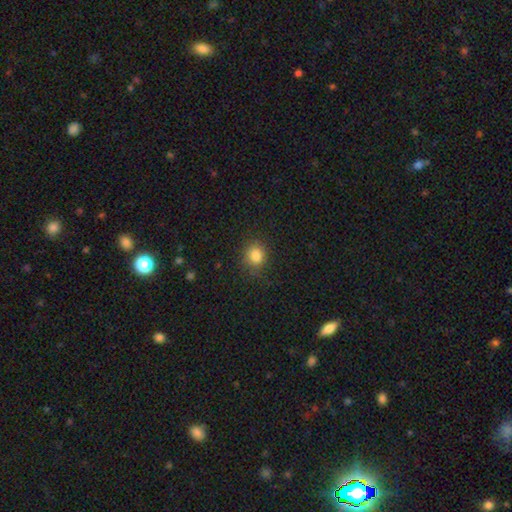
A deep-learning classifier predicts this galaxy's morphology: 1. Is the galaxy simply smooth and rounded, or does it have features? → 84% smooth, 12% star or artifact, 4% featured or disk.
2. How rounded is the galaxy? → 68% round, 31% in between, 1% cigar-shaped.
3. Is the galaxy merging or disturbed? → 80% none, 14% minor disturbance, 4% major disturbance, 1% merger.